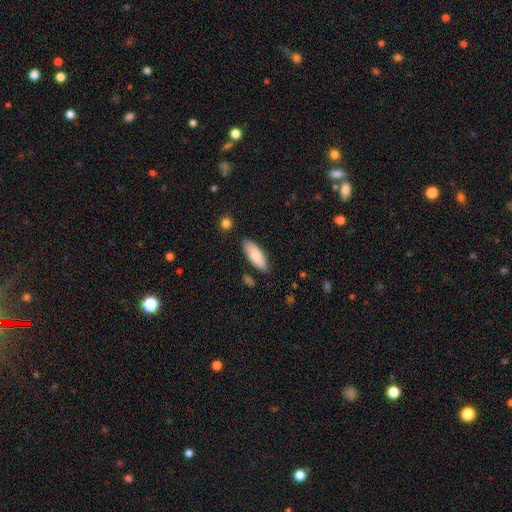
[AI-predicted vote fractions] smooth_or_featured: smooth (p=0.84) [alt: featured or disk p=0.11]
how_rounded: in between (p=0.72) [alt: cigar-shaped p=0.26]
merging: none (p=0.84) [alt: minor disturbance p=0.11]